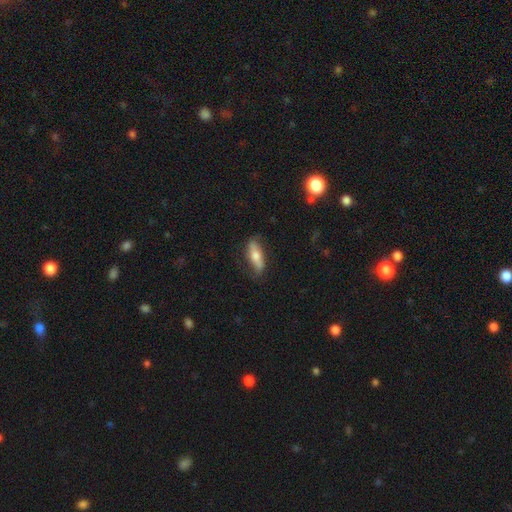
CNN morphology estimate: Smooth or featured: smooth — 58% (featured or disk — 35%)
How rounded: in between — 56% (cigar-shaped — 42%)
Merging: none — 75% (minor disturbance — 19%)